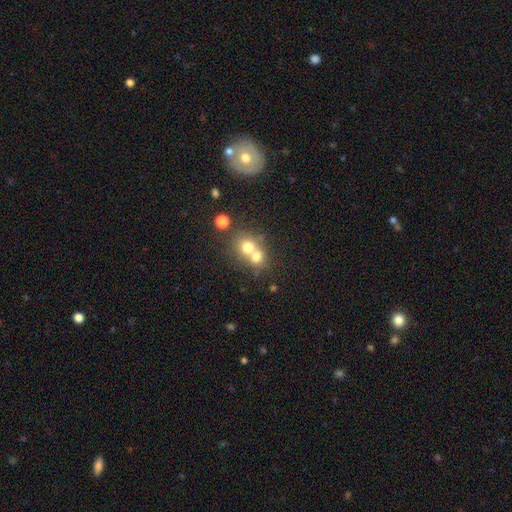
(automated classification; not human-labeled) This is possibly a smooth galaxy (59%). How rounded: likely round (77%). Merging: possibly merger (53%).